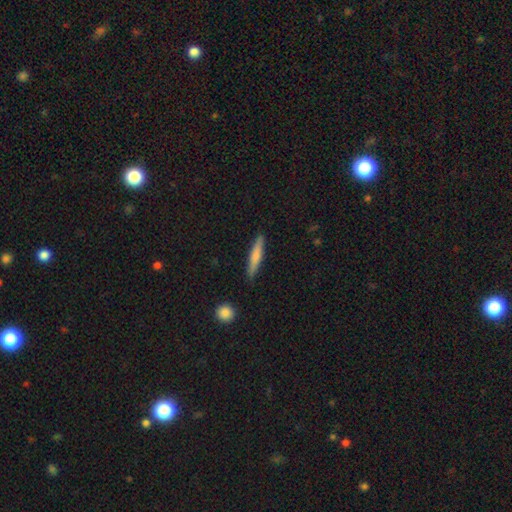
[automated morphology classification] smooth_or_featured: smooth (p=0.71) [alt: featured or disk p=0.24]
how_rounded: cigar-shaped (p=0.90) [alt: in between p=0.08]
merging: none (p=0.88) [alt: minor disturbance p=0.09]